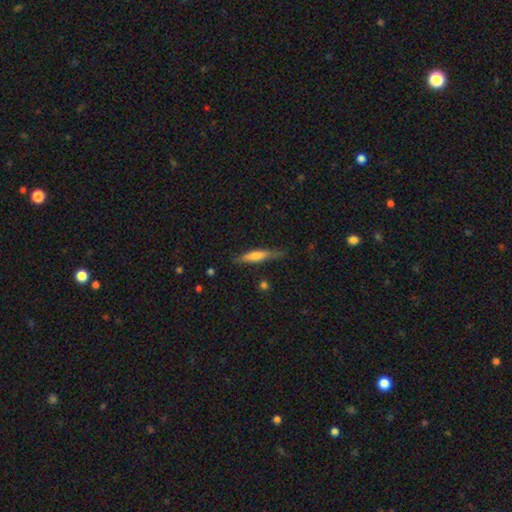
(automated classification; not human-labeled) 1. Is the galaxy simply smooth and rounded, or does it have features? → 56% smooth, 37% featured or disk, 6% star or artifact.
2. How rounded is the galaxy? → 84% cigar-shaped, 14% in between, 2% round.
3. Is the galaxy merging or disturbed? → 78% none, 17% minor disturbance, 4% major disturbance, 2% merger.